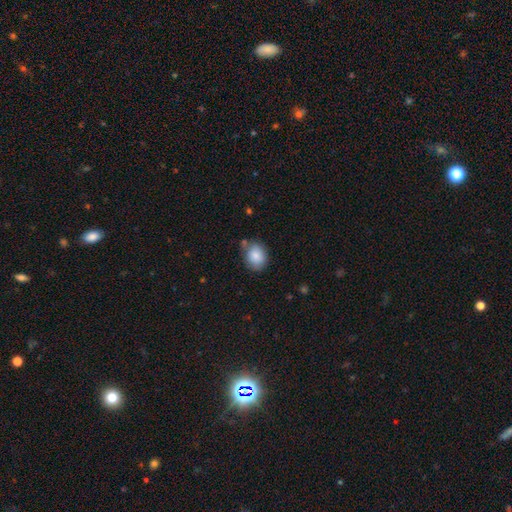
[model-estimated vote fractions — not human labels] smooth 86%, star or artifact 7%, featured or disk 7%. Down the decision tree: how rounded — in between (50%); merging — none (71%).